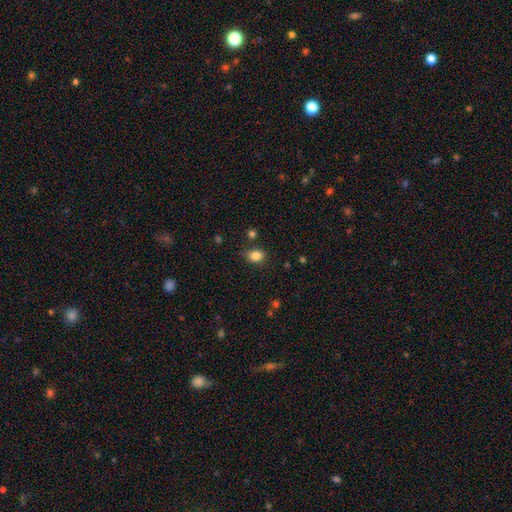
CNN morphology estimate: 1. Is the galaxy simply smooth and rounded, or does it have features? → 83% smooth, 11% star or artifact, 6% featured or disk.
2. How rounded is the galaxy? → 51% round, 48% in between, 1% cigar-shaped.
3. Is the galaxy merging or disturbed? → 75% none, 18% minor disturbance, 4% major disturbance, 4% merger.